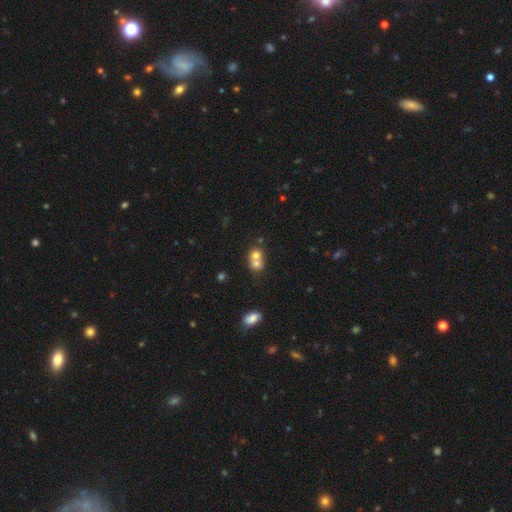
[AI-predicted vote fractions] This is likely a smooth galaxy (70%). How rounded: likely round (73%). Merging: likely merger (66%).